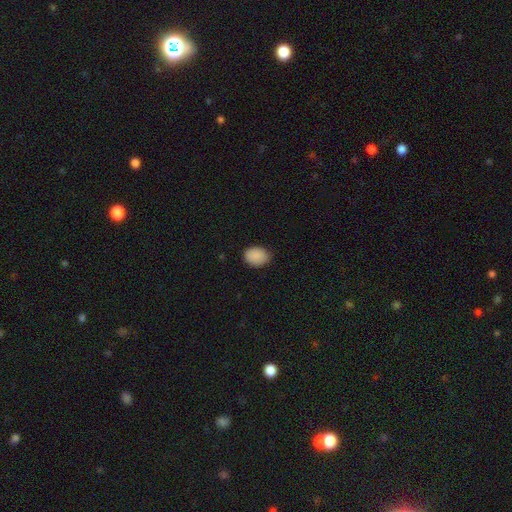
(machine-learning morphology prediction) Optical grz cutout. It shows a smooth galaxy with no disk features (89%) that is in between round and cigar-shaped (61%). Merging: none (79%).